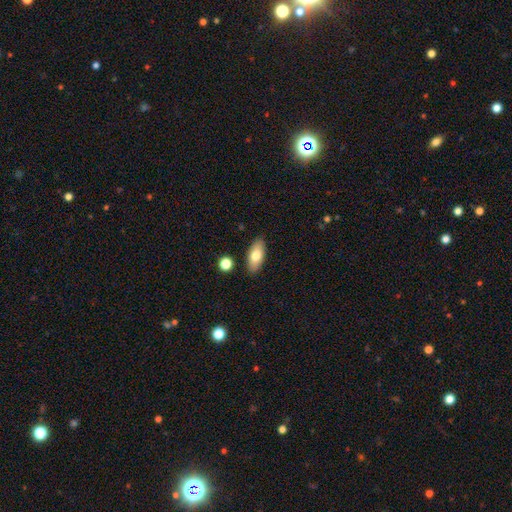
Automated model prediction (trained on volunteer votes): smooth-or-featured: smooth: 75% | featured or disk: 19% | star or artifact: 7%
  how-rounded: in between: 87% | cigar-shaped: 10% | round: 3%
  merging: none: 86% | minor disturbance: 10% | merger: 2% | major disturbance: 2%